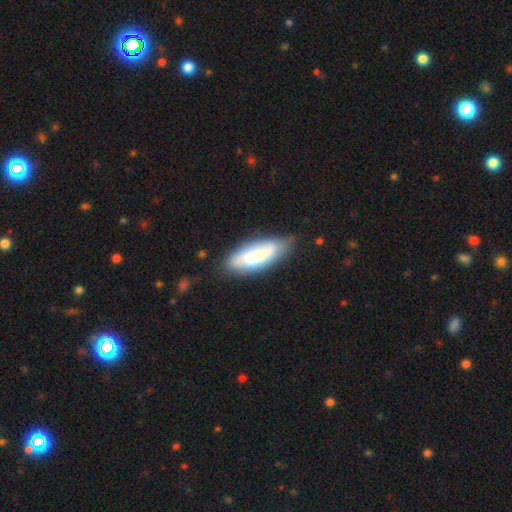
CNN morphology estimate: The model was most divided on "smooth or featured": smooth: 62%, featured or disk: 31%, star or artifact: 6%. More confident: merging — none (73%); how rounded — in between (68%).